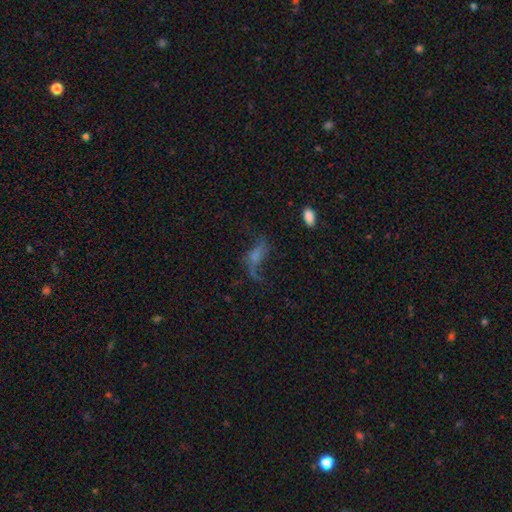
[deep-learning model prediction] smooth-or-featured: featured or disk: 59% | smooth: 23% | star or artifact: 18%
  disk-edge-on: no: 88% | yes: 12%
    bar: no: 57% | weak: 31% | strong: 12%
    has-spiral-arms: yes: 78% | no: 22%
    bulge-size: small: 37% | none: 31% | moderate: 23% | large: 7% | dominant: 3%
  merging: none: 48% | major disturbance: 30% | minor disturbance: 18% | merger: 4%